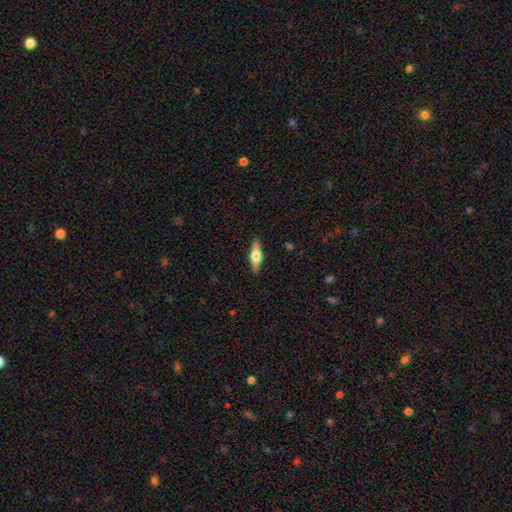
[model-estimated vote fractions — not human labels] smooth-or-featured: featured or disk: 51% | smooth: 43% | star or artifact: 6%
  disk-edge-on: yes: 92% | no: 8%
  merging: none: 90% | minor disturbance: 8% | major disturbance: 2% | merger: 1%